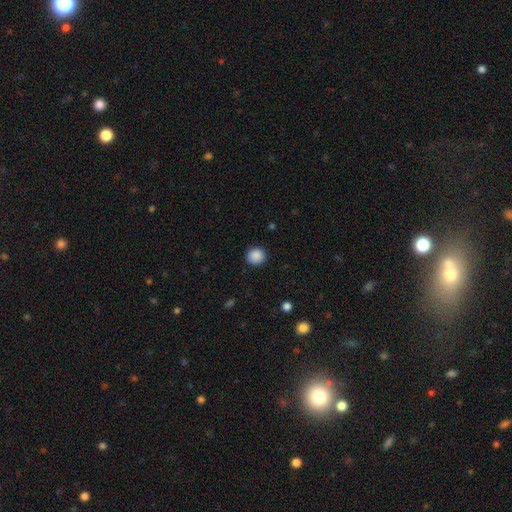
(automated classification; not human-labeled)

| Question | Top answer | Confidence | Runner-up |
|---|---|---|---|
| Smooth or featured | smooth | 88% | star or artifact (9%) |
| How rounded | round | 92% | in between (7%) |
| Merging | none | 91% | minor disturbance (6%) |